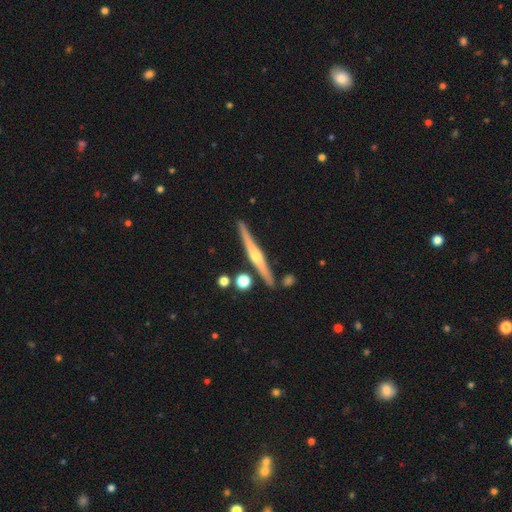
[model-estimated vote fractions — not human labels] This appears to be a featured or disk galaxy (76%) viewed edge-on (98%) with a rounded central bulge (82%). Merging: none (87%).